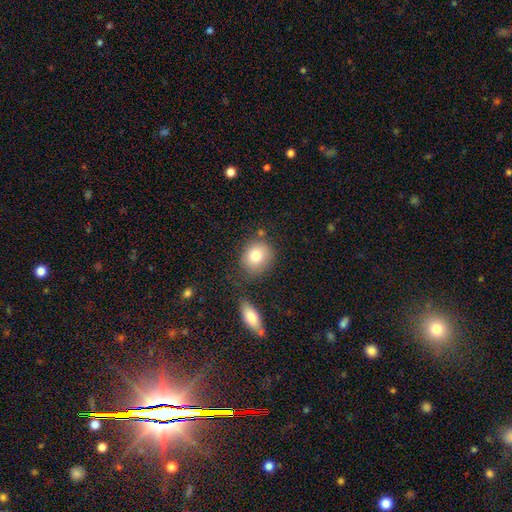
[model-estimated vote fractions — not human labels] Overall: smooth (81%). How rounded: round (70%). Merging: none (71%).